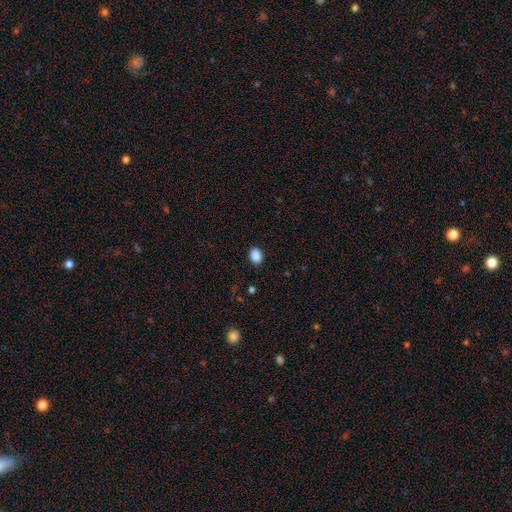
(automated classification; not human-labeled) A smooth galaxy with no disk features (89%) that is in between round and cigar-shaped (67%).

Vote fractions:
- Smooth or featured? smooth: 89% / star or artifact: 9% / featured or disk: 3%
- How rounded? in between: 67% / round: 32% / cigar-shaped: 1%
- Merging? none: 89% / minor disturbance: 8% / major disturbance: 2% / merger: 1%